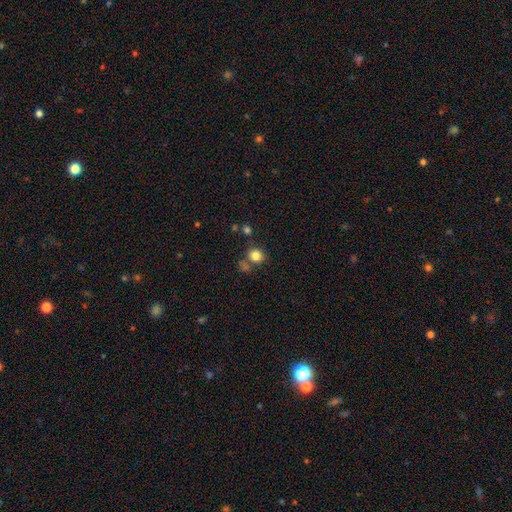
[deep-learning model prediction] Smooth or featured?
  - smooth: 82% *
  - star or artifact: 12%
  - featured or disk: 6%
How rounded?
  - round: 81% *
  - in between: 18%
  - cigar-shaped: 1%
Merging?
  - none: 68% *
  - merger: 16%
  - minor disturbance: 11%
  - major disturbance: 5%